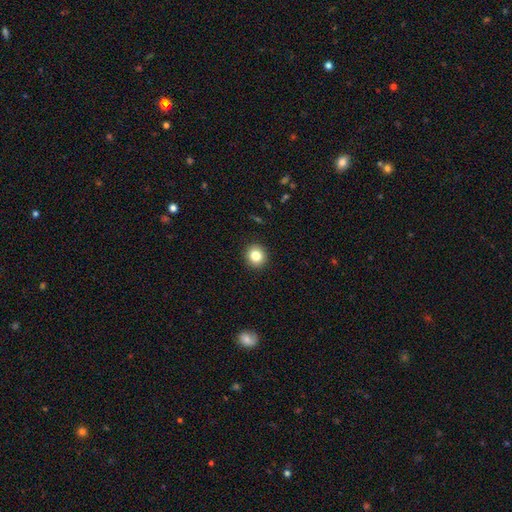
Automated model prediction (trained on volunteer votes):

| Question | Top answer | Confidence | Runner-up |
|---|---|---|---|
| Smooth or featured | smooth | 83% | star or artifact (10%) |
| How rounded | round | 88% | in between (11%) |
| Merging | none | 92% | minor disturbance (5%) |